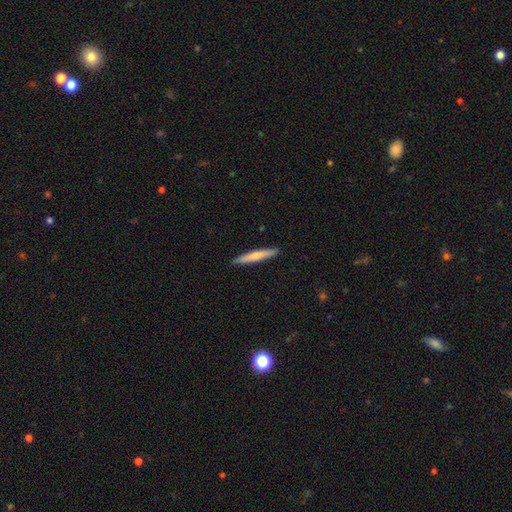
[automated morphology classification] Smooth or featured: smooth — 65% (featured or disk — 30%)
How rounded: cigar-shaped — 95% (in between — 4%)
Merging: none — 91% (minor disturbance — 7%)